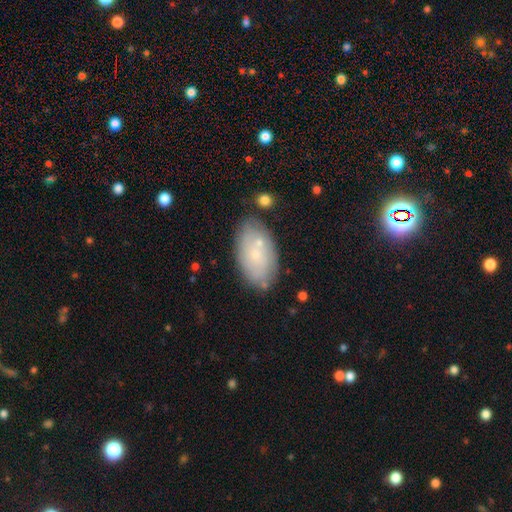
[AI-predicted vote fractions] smooth-or-featured: smooth: 59% | featured or disk: 34% | star or artifact: 8%
  how-rounded: in between: 94% | round: 5% | cigar-shaped: 2%
  merging: none: 71% | minor disturbance: 16% | merger: 8% | major disturbance: 4%